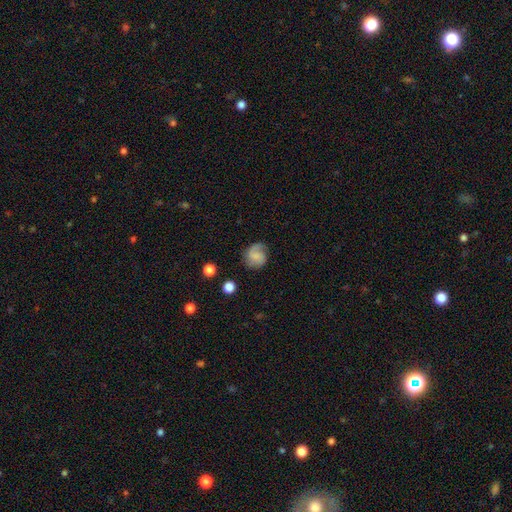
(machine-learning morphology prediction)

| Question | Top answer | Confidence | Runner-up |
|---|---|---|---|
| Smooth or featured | smooth | 54% | featured or disk (36%) |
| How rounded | round | 75% | in between (24%) |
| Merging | none | 64% | minor disturbance (23%) |